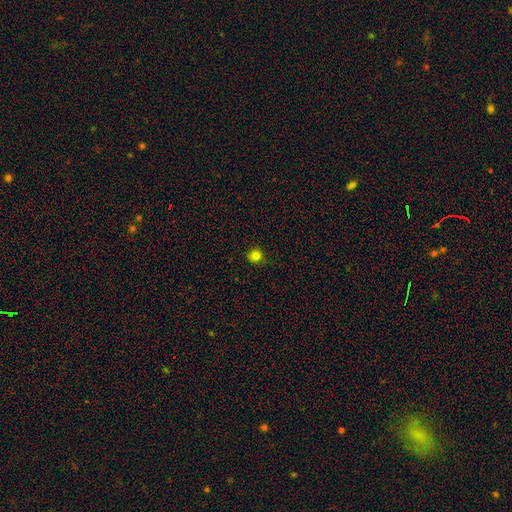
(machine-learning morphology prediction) type=smooth (81%); roundness=round (92%); merging=none (88%).